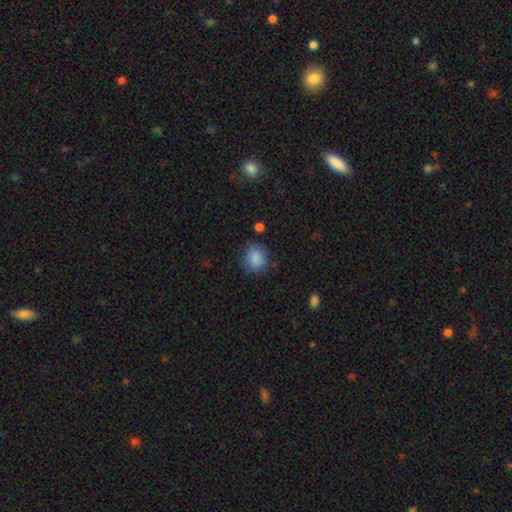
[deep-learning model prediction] This appears to be a smooth galaxy with no disk features (85%) that is round (70%). Merging: none (75%).